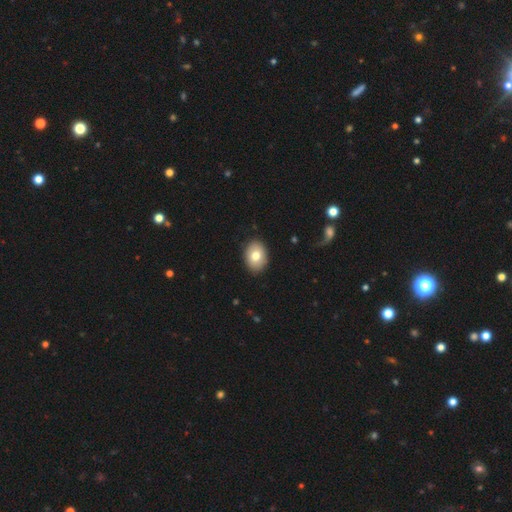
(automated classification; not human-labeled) smooth-or-featured: smooth: 77% | featured or disk: 15% | star or artifact: 8%
  how-rounded: in between: 71% | round: 28% | cigar-shaped: 1%
  merging: none: 89% | minor disturbance: 8% | major disturbance: 2% | merger: 1%